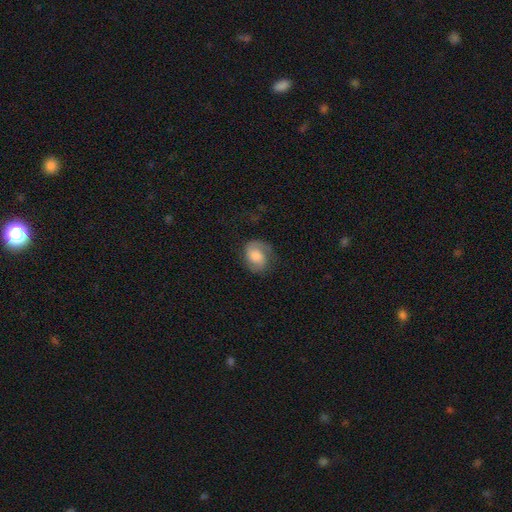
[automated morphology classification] featured or disk 46%, smooth 45%, star or artifact 8%. Down the decision tree: merging — none (65%).